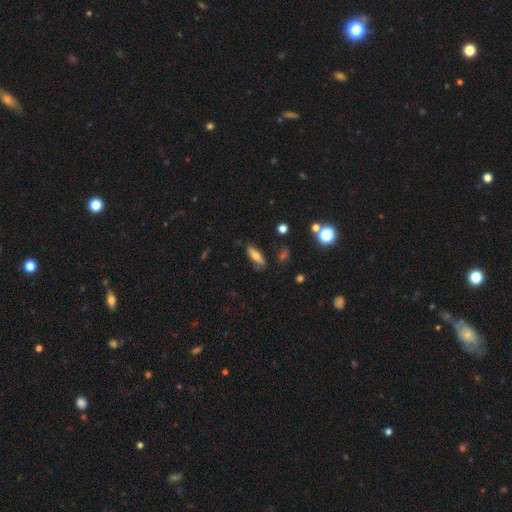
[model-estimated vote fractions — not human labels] Morphology: type=smooth (58%); roundness=cigar-shaped (56%); merging=none (76%).